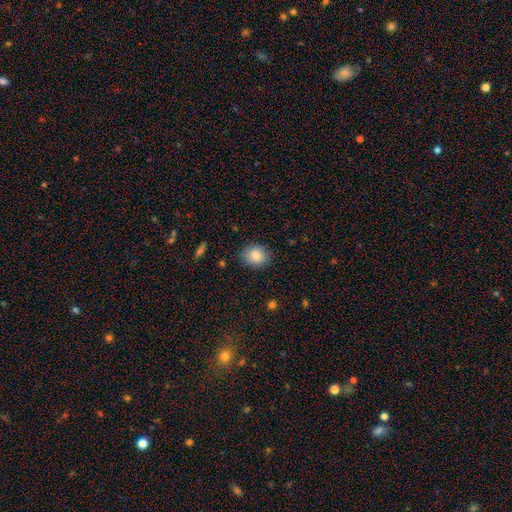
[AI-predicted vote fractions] This appears to be a smooth galaxy with no disk features (86%) that is round (68%). Merging: none (85%).